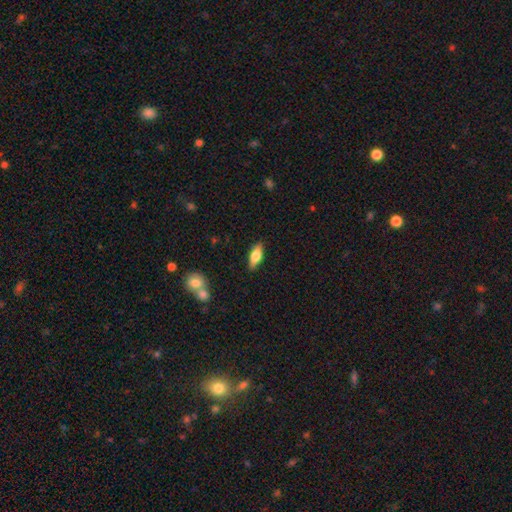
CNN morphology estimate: A smooth galaxy with no disk features (61%) that is in between round and cigar-shaped (69%). Merging: none (87%).